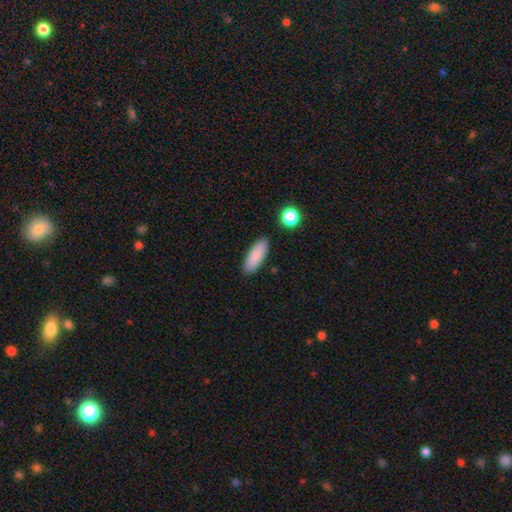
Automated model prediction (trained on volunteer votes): Smooth or featured? Predicted: smooth (p=0.87). How rounded? Predicted: in between (p=0.69). Merging? Predicted: none (p=0.87).